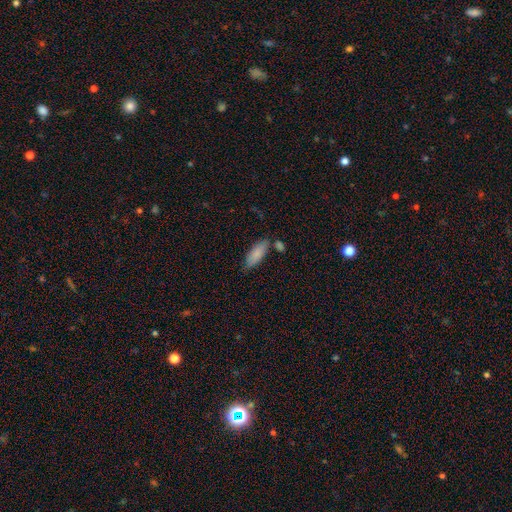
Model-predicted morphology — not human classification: Smooth or featured? Predicted: smooth (p=0.86). How rounded? Predicted: in between (p=0.68). Merging? Predicted: none (p=0.71).